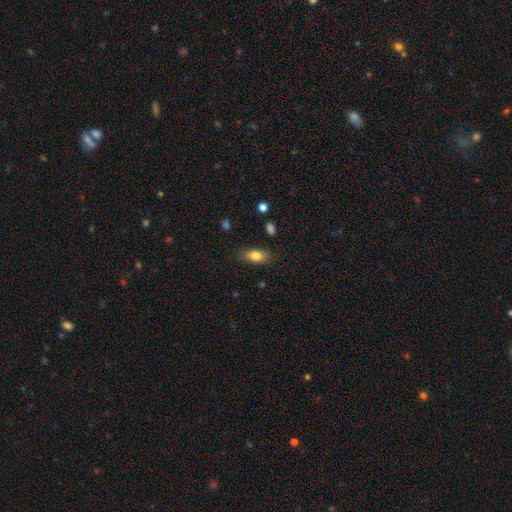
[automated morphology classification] Overall: smooth (81%). How rounded: in between (85%). Merging: none (84%).